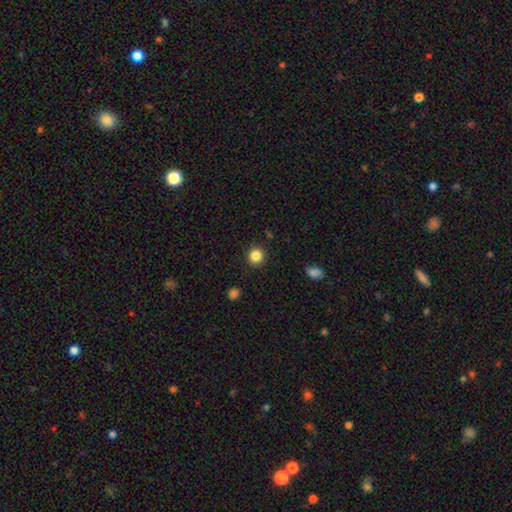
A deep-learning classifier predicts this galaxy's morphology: Q: Smooth or featured?
A: smooth (85%); runner-up: star or artifact (11%)
Q: How rounded?
A: round (92%); runner-up: in between (7%)
Q: Merging?
A: none (90%); runner-up: minor disturbance (7%)